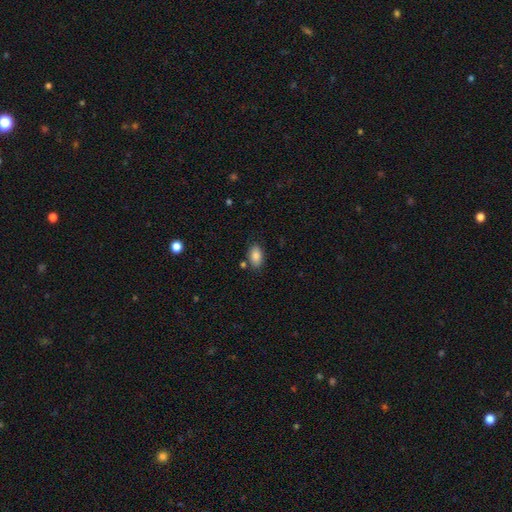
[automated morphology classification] Smooth or featured?
  - smooth: 86% *
  - star or artifact: 8%
  - featured or disk: 6%
How rounded?
  - in between: 92% *
  - round: 6%
  - cigar-shaped: 2%
Merging?
  - none: 80% *
  - minor disturbance: 12%
  - merger: 5%
  - major disturbance: 3%